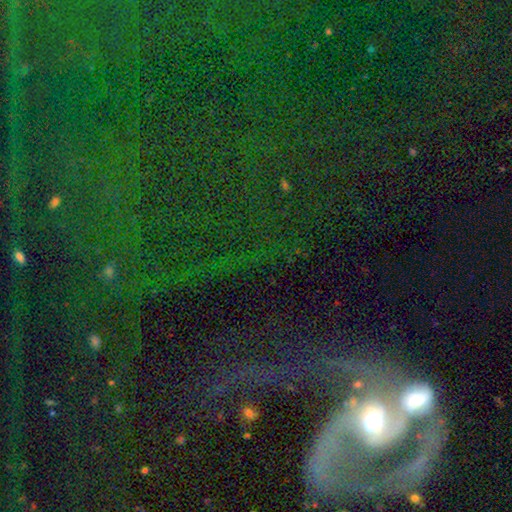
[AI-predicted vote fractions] A star or artifact, not a galaxy (80%).

Vote fractions:
- Smooth or featured? star or artifact: 80% / smooth: 12% / featured or disk: 9%